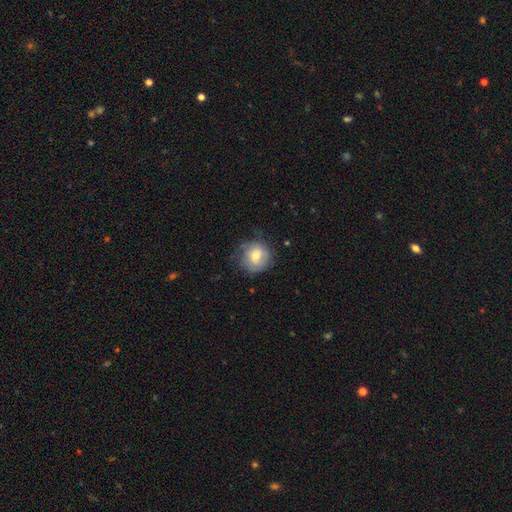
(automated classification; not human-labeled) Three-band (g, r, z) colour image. It shows a smooth galaxy with no disk features (64%) that is round (87%). Merging: none (65%).